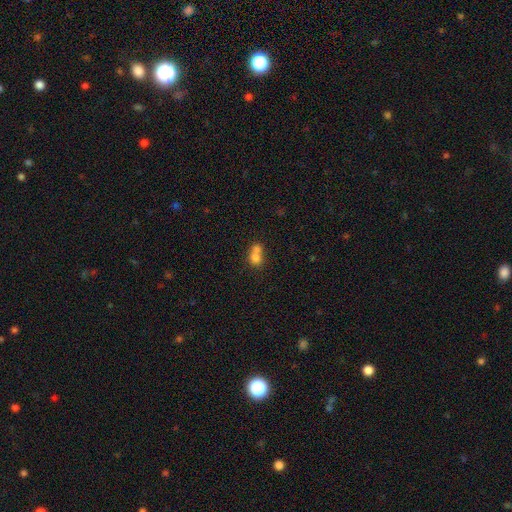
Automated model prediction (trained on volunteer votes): Morphology: type=smooth (74%); roundness=round (63%); merging=merger (68%).